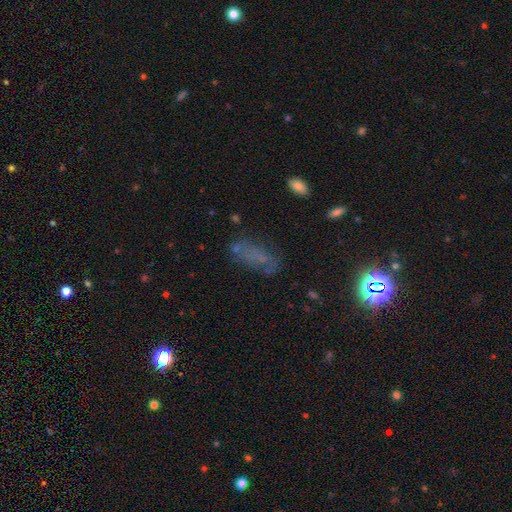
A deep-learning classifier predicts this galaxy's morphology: The model was most divided on "smooth or featured": smooth: 46%, featured or disk: 28%, star or artifact: 26%. More confident: merging — none (61%).